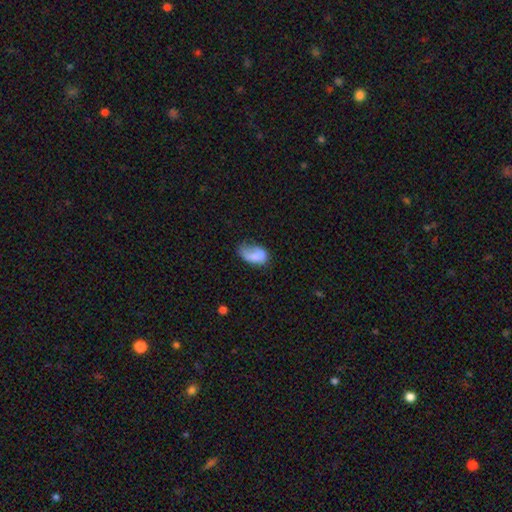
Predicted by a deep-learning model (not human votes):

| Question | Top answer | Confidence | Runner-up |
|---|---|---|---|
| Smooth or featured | smooth | 75% | featured or disk (17%) |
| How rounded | in between | 91% | round (7%) |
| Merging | minor disturbance | 36% | none (34%) |